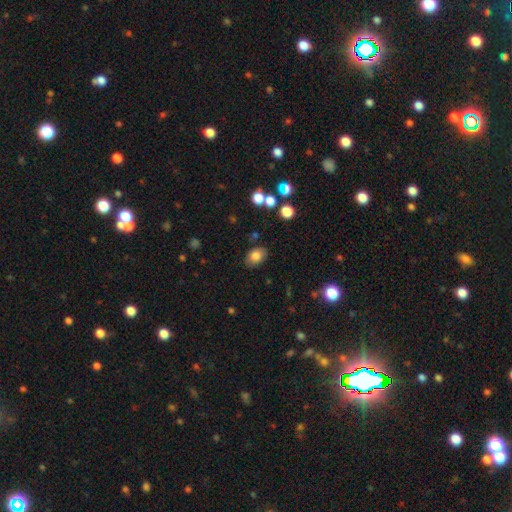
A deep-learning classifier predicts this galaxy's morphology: Smooth or featured? smooth (81%)
How rounded? in between (70%)
Merging? none (83%)